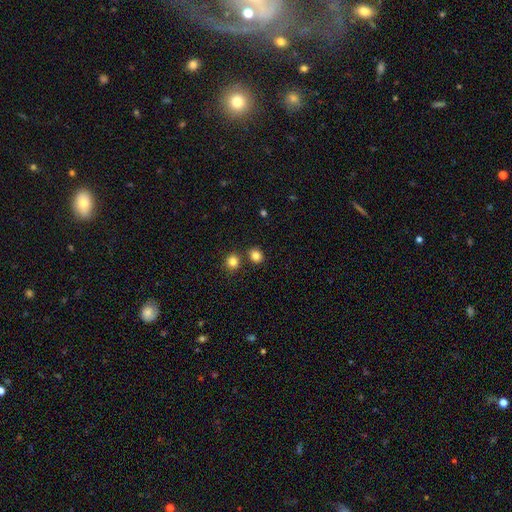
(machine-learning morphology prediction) Q: Smooth or featured?
A: smooth (83%); runner-up: star or artifact (12%)
Q: How rounded?
A: round (68%); runner-up: in between (31%)
Q: Merging?
A: none (76%); runner-up: merger (13%)